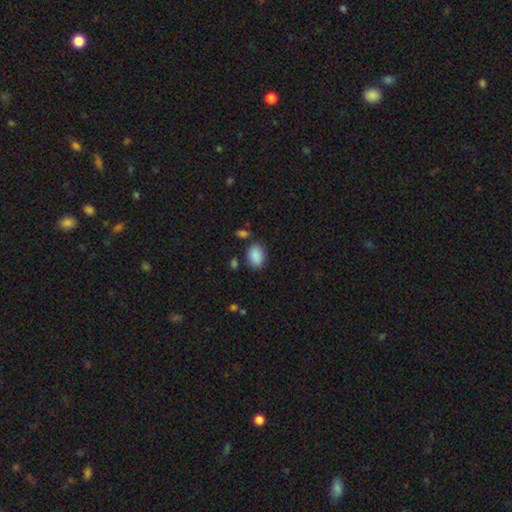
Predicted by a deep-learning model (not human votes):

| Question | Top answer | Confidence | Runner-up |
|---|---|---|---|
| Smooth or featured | smooth | 89% | star or artifact (8%) |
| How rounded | in between | 73% | round (26%) |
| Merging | none | 78% | minor disturbance (13%) |